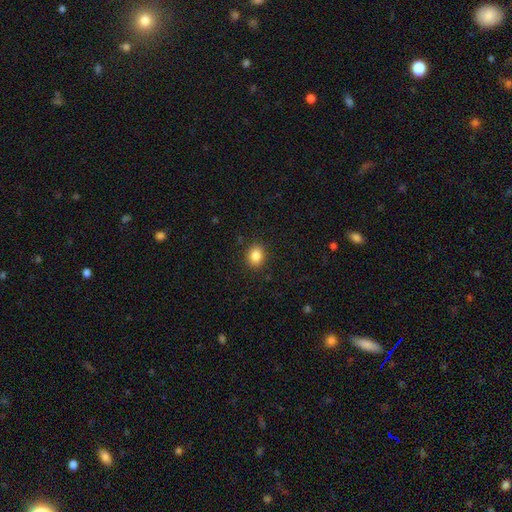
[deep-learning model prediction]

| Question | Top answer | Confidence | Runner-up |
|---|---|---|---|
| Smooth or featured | smooth | 85% | star or artifact (10%) |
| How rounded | round | 60% | in between (39%) |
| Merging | none | 89% | minor disturbance (7%) |